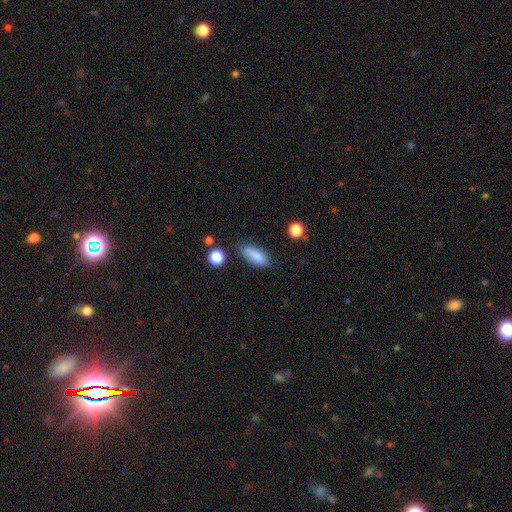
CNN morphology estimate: smooth 83%, featured or disk 9%, star or artifact 8%. Down the decision tree: how rounded — in between (72%); merging — none (71%).